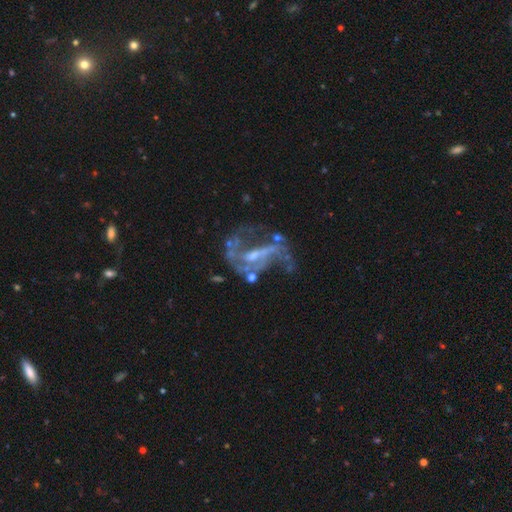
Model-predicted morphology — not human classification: Smooth or featured: featured or disk — 83% (star or artifact — 10%)
Edge-on disk: no — 96% (yes — 4%)
Bar: weak — 44% (strong — 30%)
Spiral arms: yes — 78% (no — 22%)
Spiral winding: loose — 55% (medium — 34%)
Spiral arm count: 2 — 58% (can't tell — 18%)
Bulge size: small — 43% (moderate — 29%)
Merging: none — 40% (major disturbance — 33%)